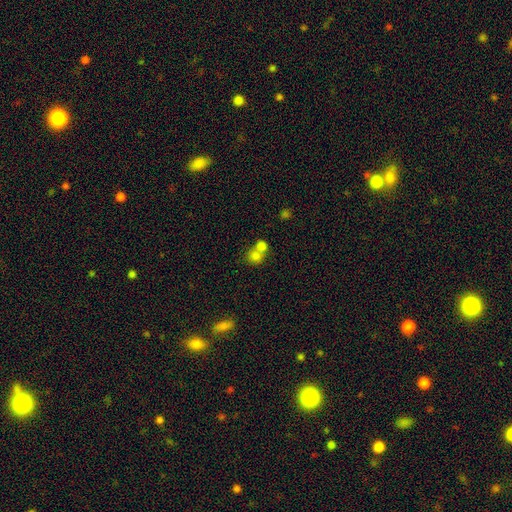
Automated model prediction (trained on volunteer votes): Overall: smooth (78%). How rounded: round (77%). Merging: merger (53%; none 37%).